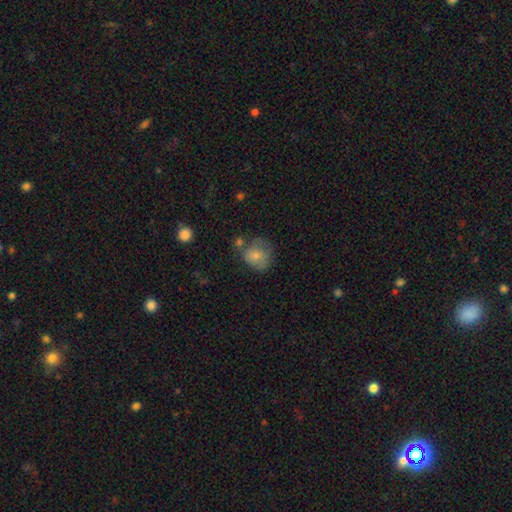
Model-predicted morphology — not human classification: Q: Smooth or featured?
A: smooth (74%); runner-up: featured or disk (18%)
Q: How rounded?
A: round (70%); runner-up: in between (29%)
Q: Merging?
A: none (45%); runner-up: minor disturbance (28%)